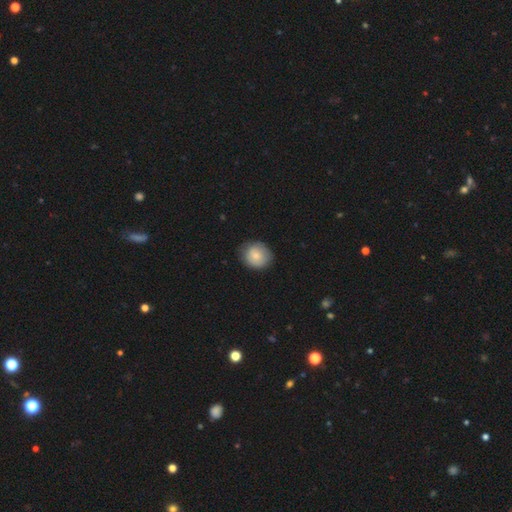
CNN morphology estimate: This appears to be a smooth galaxy with no disk features (77%) that is round (76%). Merging: none (77%).